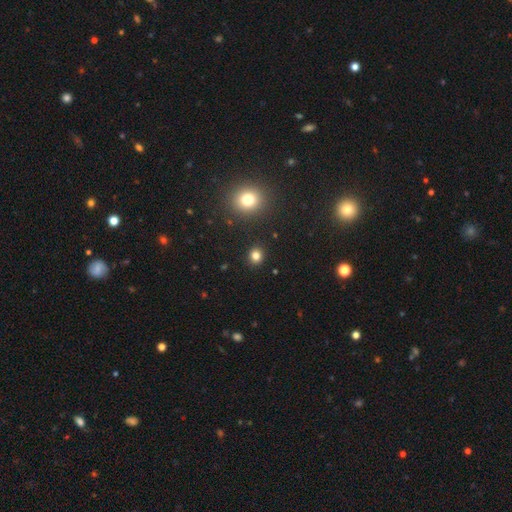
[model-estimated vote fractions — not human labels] The model was most divided on "how rounded": round: 79%, in between: 20%, cigar-shaped: 1%. More confident: merging — none (91%); smooth or featured — smooth (81%).